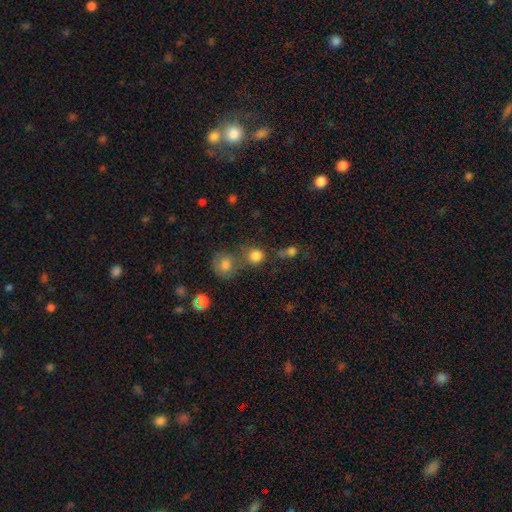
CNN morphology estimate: Smooth or featured: smooth — 80% (star or artifact — 13%)
How rounded: round — 84% (in between — 14%)
Merging: none — 52% (merger — 31%)